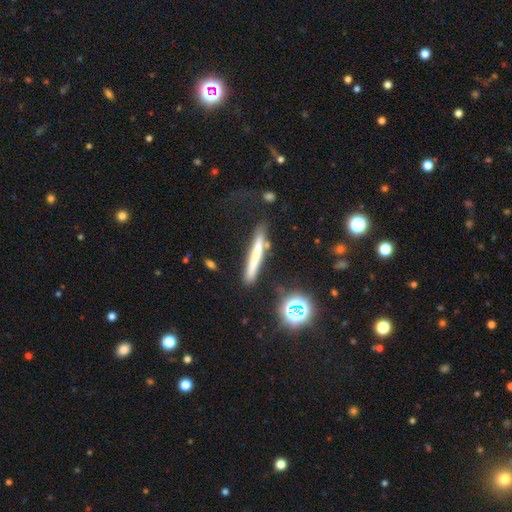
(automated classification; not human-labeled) Smooth or featured?
  - smooth: 52% *
  - featured or disk: 35%
  - star or artifact: 12%
How rounded?
  - cigar-shaped: 94% *
  - in between: 4%
  - round: 2%
Merging?
  - none: 77% *
  - minor disturbance: 14%
  - major disturbance: 5%
  - merger: 4%